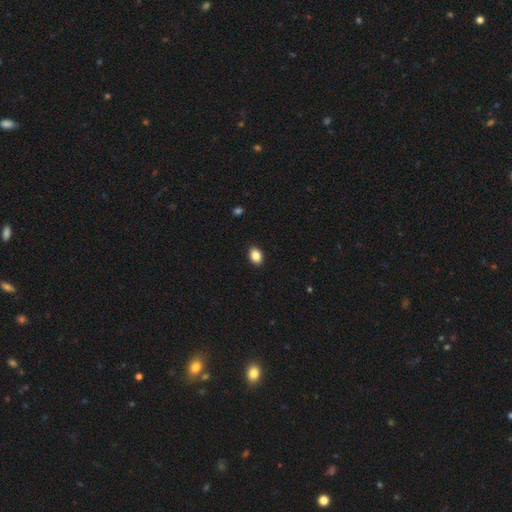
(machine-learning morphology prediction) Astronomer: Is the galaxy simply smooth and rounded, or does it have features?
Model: smooth — 87%.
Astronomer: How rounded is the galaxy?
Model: in between — 73%.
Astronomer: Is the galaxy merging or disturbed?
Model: none — 91%.